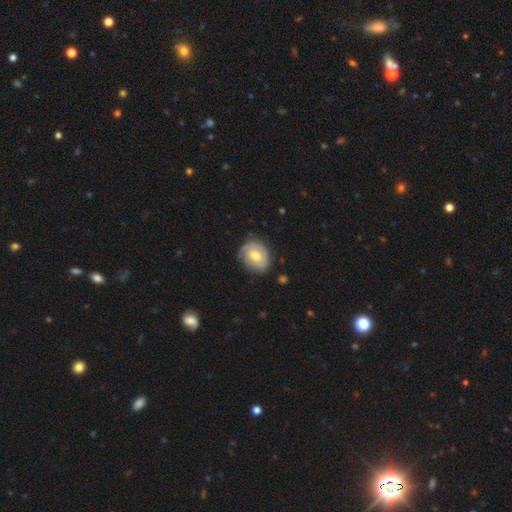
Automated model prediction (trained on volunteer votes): Morphology: type=featured or disk (70%); edge-on=no (97%); bar=no (63%); spiral arms=yes (90%); winding=tight (66%); arm count=2 (40%); bulge=moderate (66%); merging=none (72%).